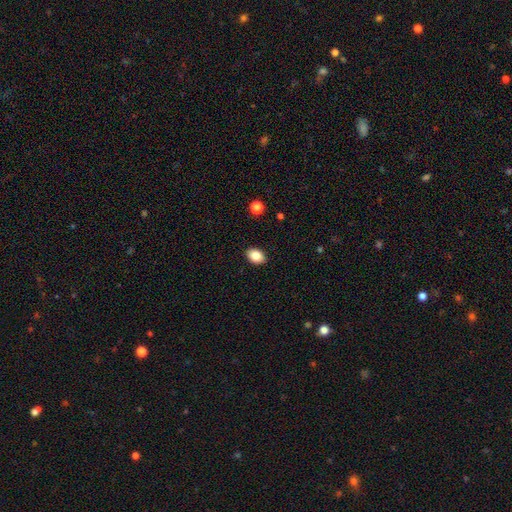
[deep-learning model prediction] smooth-or-featured: smooth: 85% | star or artifact: 8% | featured or disk: 7%
  how-rounded: in between: 82% | round: 17% | cigar-shaped: 1%
  merging: none: 90% | minor disturbance: 8% | major disturbance: 2% | merger: 1%